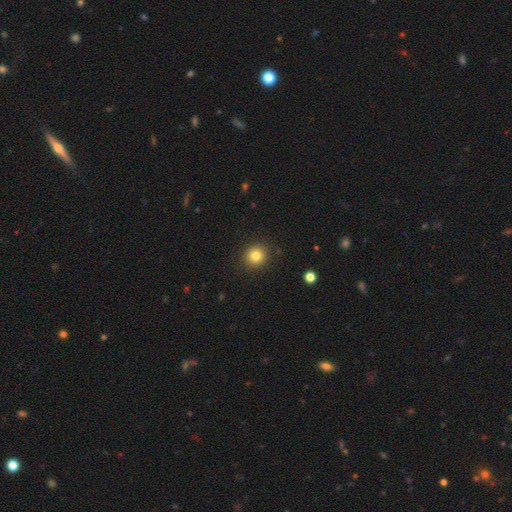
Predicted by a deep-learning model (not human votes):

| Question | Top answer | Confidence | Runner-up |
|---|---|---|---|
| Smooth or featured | smooth | 82% | star or artifact (12%) |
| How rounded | round | 89% | in between (10%) |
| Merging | none | 91% | minor disturbance (6%) |